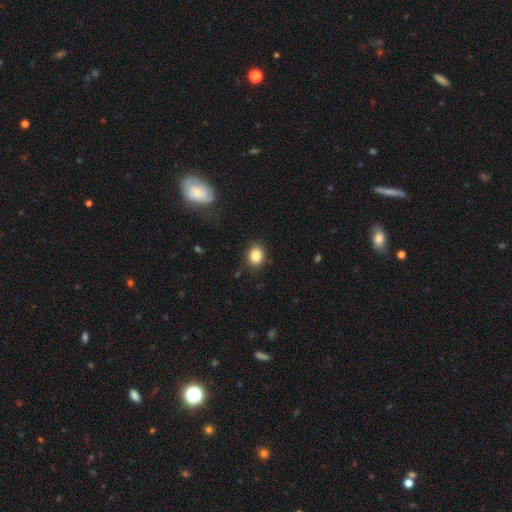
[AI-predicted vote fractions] Smooth or featured: smooth — 86% (star or artifact — 9%)
How rounded: round — 59% (in between — 40%)
Merging: none — 84% (minor disturbance — 11%)